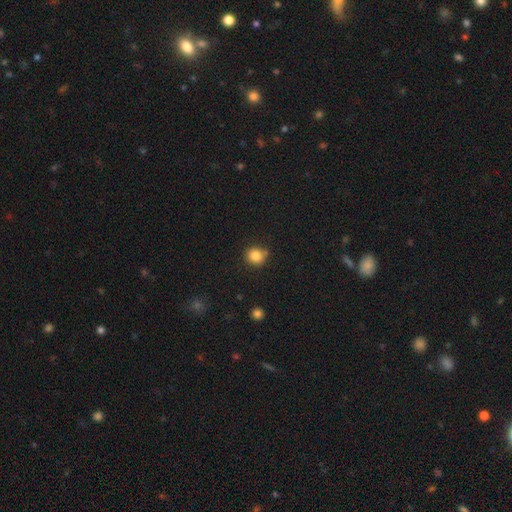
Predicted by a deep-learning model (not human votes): smooth_or_featured: smooth (p=0.84) [alt: star or artifact p=0.11]
how_rounded: round (p=0.85) [alt: in between p=0.15]
merging: none (p=0.76) [alt: minor disturbance p=0.14]